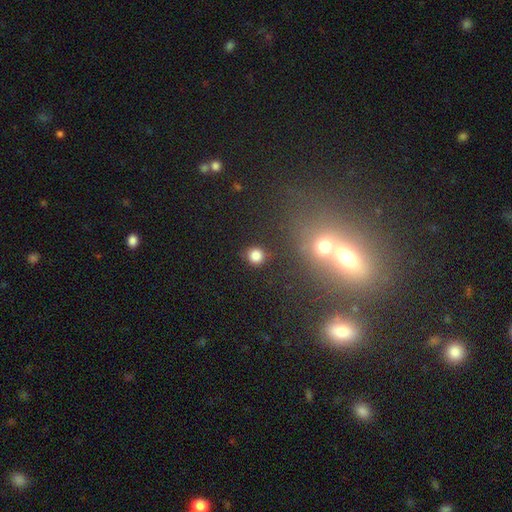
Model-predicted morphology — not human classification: This is clearly a smooth galaxy (82%). How rounded: clearly round (91%). Merging: clearly none (88%).